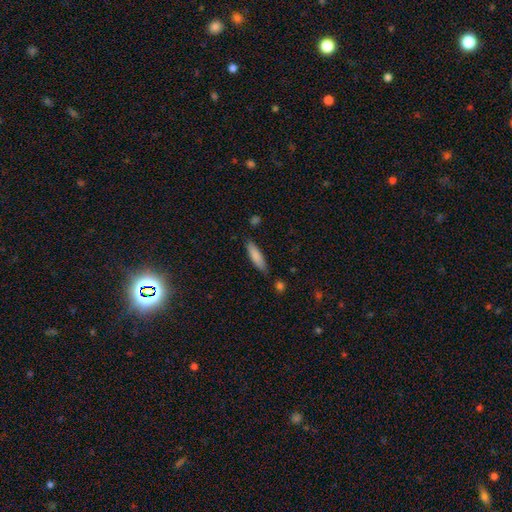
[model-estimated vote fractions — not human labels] smooth_or_featured: smooth (p=0.82) [alt: featured or disk p=0.12]
how_rounded: cigar-shaped (p=0.68) [alt: in between p=0.30]
merging: none (p=0.82) [alt: minor disturbance p=0.13]